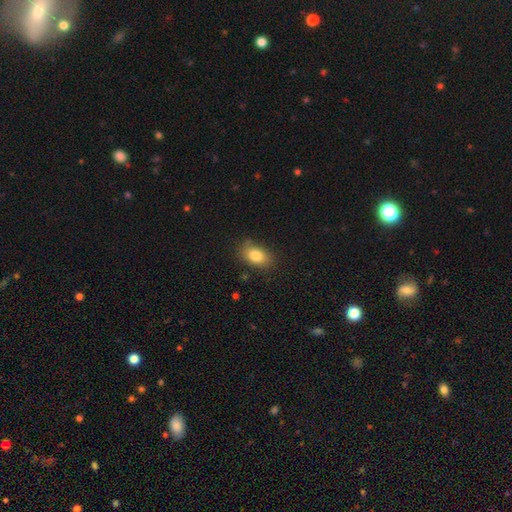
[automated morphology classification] smooth 83%, featured or disk 9%, star or artifact 9%. Down the decision tree: how rounded — in between (86%); merging — none (77%).